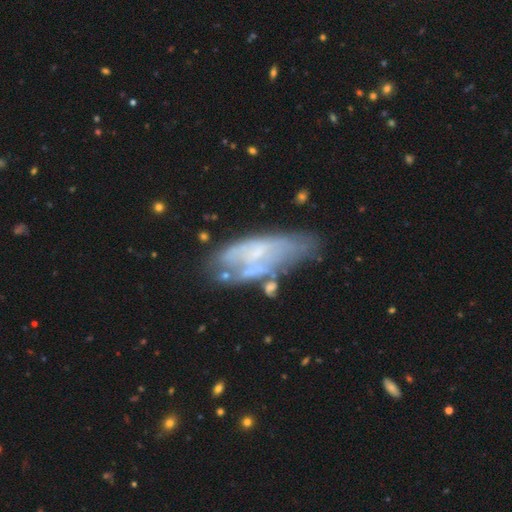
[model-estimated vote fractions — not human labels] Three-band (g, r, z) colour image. It shows a featured or disk galaxy (60%) with no bar (70%), no spiral arms (64%) and no central bulge (43%). Merging: none (44%).